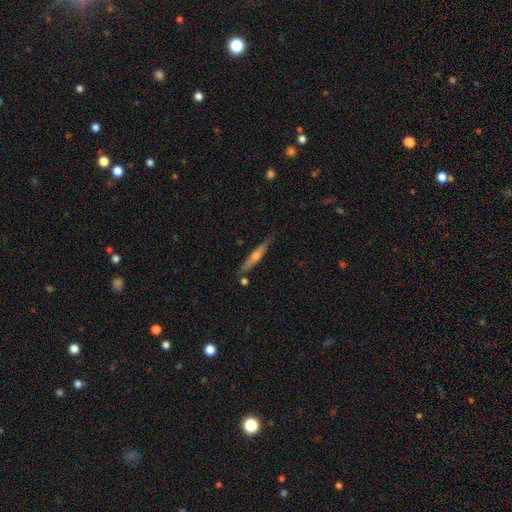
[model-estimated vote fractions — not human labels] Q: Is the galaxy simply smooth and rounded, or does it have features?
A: featured or disk — 62%.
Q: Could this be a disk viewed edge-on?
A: yes — 95%.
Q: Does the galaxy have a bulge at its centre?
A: rounded — 80%.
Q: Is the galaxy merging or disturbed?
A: none — 84%.